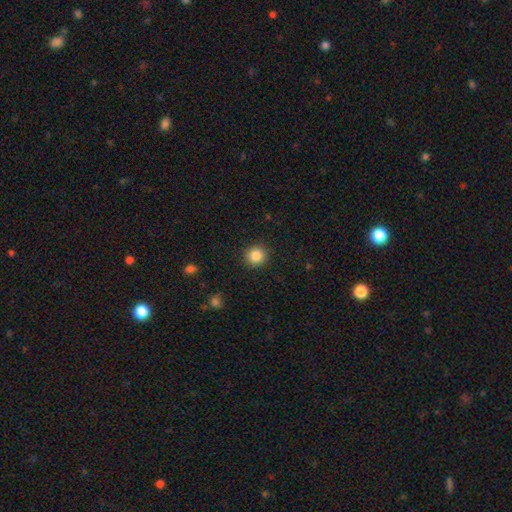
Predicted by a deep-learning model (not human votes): A smooth galaxy with no disk features (85%) that is round (93%).

Vote fractions:
- Smooth or featured? smooth: 85% / star or artifact: 10% / featured or disk: 4%
- How rounded? round: 93% / in between: 6% / cigar-shaped: 1%
- Merging? none: 92% / minor disturbance: 5% / major disturbance: 2% / merger: 1%